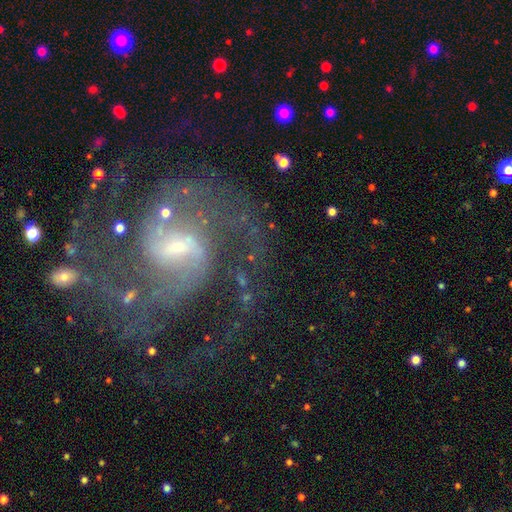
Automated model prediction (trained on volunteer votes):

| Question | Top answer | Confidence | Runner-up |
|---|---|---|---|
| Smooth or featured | featured or disk | 90% | star or artifact (6%) |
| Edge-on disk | no | 98% | yes (2%) |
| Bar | weak | 58% | no (21%) |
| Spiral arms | yes | 98% | no (2%) |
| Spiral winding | medium | 58% | tight (26%) |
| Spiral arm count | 2 | 77% | 3 (7%) |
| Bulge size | small | 50% | moderate (35%) |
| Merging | none | 69% | minor disturbance (15%) |